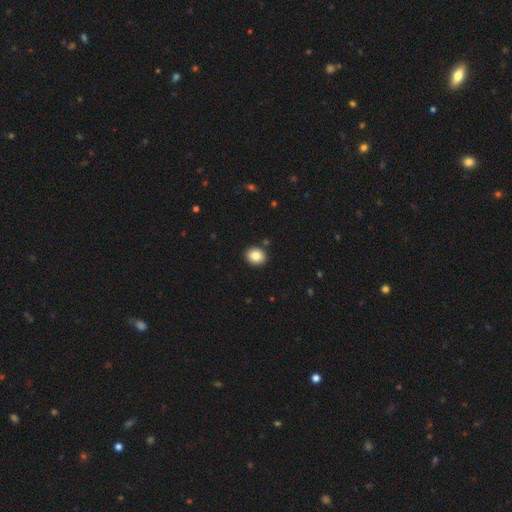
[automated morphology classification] smooth_or_featured: smooth (p=0.85) [alt: star or artifact p=0.09]
how_rounded: round (p=0.60) [alt: in between p=0.39]
merging: none (p=0.90) [alt: minor disturbance p=0.06]